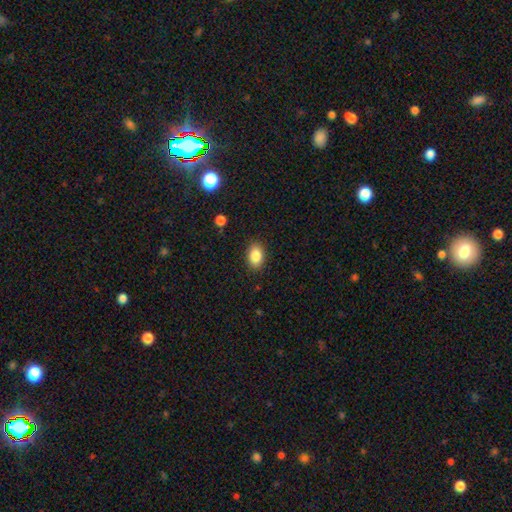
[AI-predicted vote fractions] smooth-or-featured: smooth: 85% | star or artifact: 9% | featured or disk: 6%
  how-rounded: in between: 82% | round: 17% | cigar-shaped: 1%
  merging: none: 88% | minor disturbance: 9% | major disturbance: 2% | merger: 1%